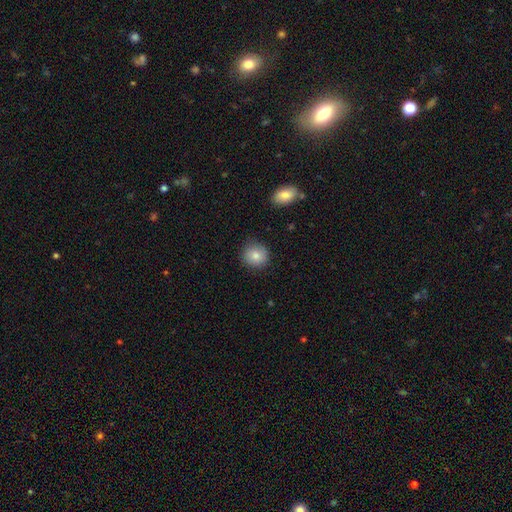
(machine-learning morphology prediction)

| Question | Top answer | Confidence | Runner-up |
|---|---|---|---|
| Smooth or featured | smooth | 83% | star or artifact (9%) |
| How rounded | round | 89% | in between (10%) |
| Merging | none | 87% | minor disturbance (9%) |